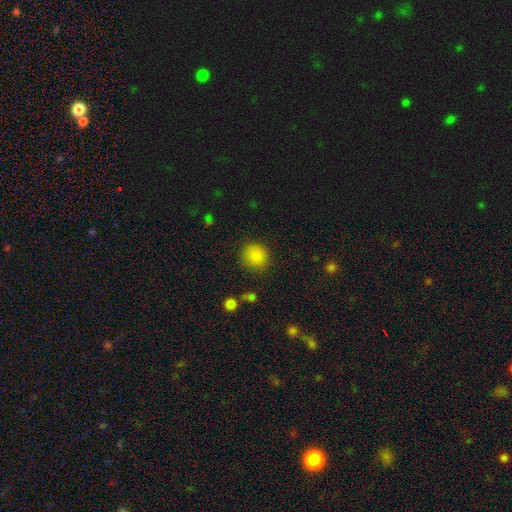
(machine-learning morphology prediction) smooth 86%, star or artifact 10%, featured or disk 4%. Down the decision tree: how rounded — round (85%); merging — none (86%).